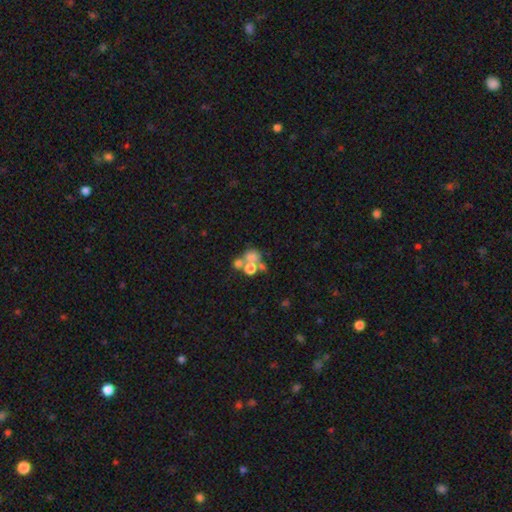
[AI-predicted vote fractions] Q: Smooth or featured?
A: smooth (45%); runner-up: star or artifact (29%)
Q: Merging?
A: merger (47%); runner-up: none (36%)